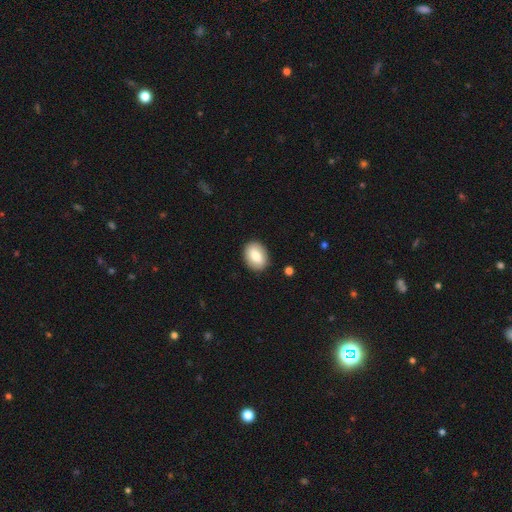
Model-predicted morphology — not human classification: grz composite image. It shows a smooth galaxy with no disk features (81%) that is in between round and cigar-shaped (72%). Merging: none (88%).